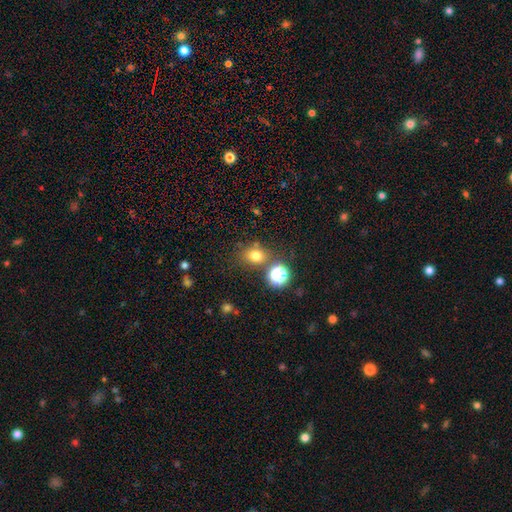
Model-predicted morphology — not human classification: Smooth or featured?
  - smooth: 73% *
  - star or artifact: 19%
  - featured or disk: 8%
How rounded?
  - round: 60% *
  - in between: 39%
  - cigar-shaped: 1%
Merging?
  - none: 71% *
  - merger: 12%
  - minor disturbance: 12%
  - major disturbance: 5%